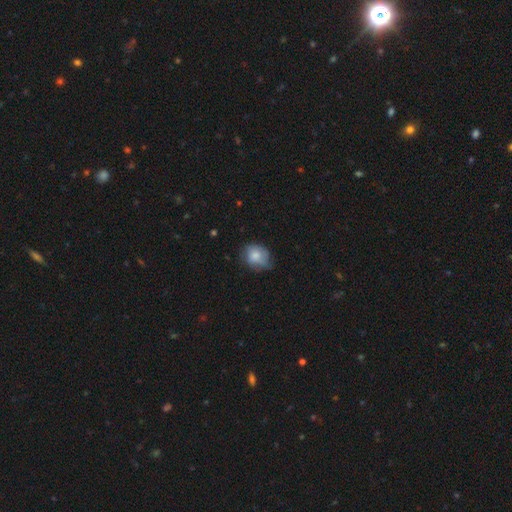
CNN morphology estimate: A smooth galaxy with no disk features (75%) that is round (52%).

Vote fractions:
- Smooth or featured? smooth: 75% / featured or disk: 17% / star or artifact: 8%
- How rounded? round: 52% / in between: 47% / cigar-shaped: 1%
- Merging? none: 53% / minor disturbance: 36% / major disturbance: 10% / merger: 2%